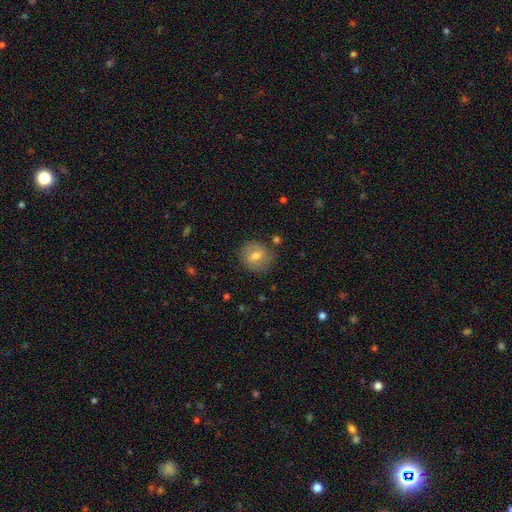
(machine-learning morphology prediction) This appears to be a smooth galaxy with no disk features (61%) that is round (75%). Merging: none (80%).